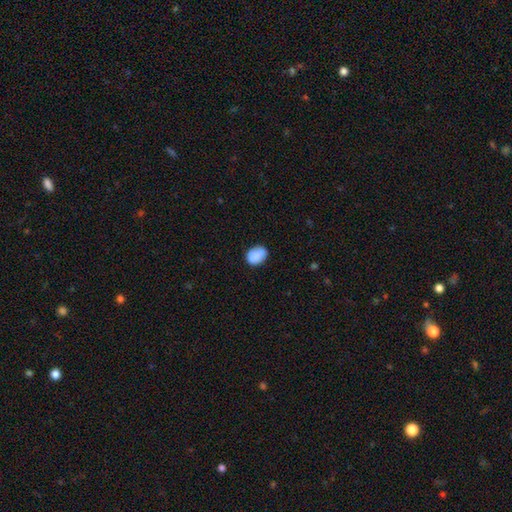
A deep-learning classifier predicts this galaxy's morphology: This is clearly a smooth galaxy (85%). How rounded: likely in between (64%). Merging: likely none (72%).